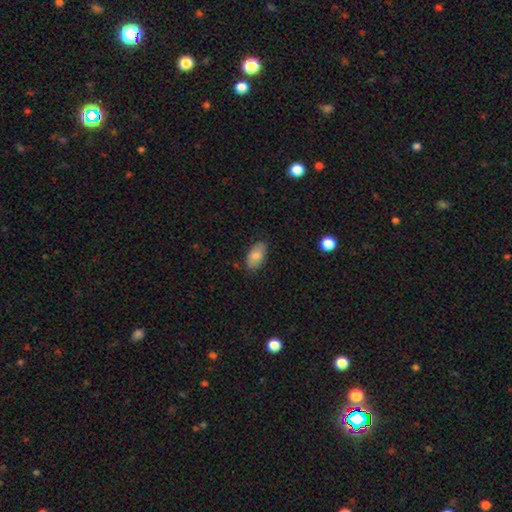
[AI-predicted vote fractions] This is clearly a smooth galaxy (80%). How rounded: clearly in between (93%). Merging: clearly none (81%).